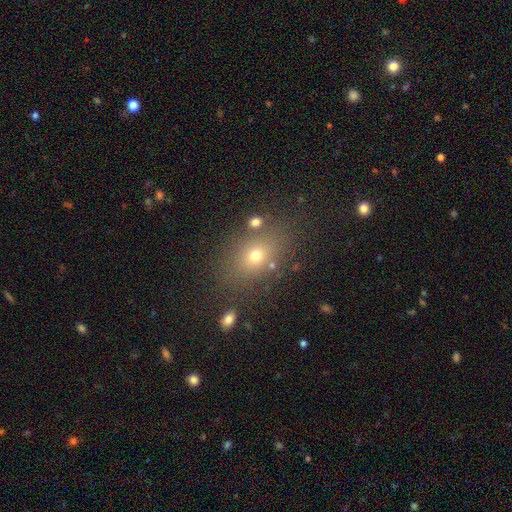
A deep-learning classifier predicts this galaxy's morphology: smooth-or-featured: smooth: 67% | star or artifact: 19% | featured or disk: 15%
  how-rounded: in between: 65% | round: 33% | cigar-shaped: 2%
  merging: none: 78% | minor disturbance: 11% | merger: 6% | major disturbance: 5%